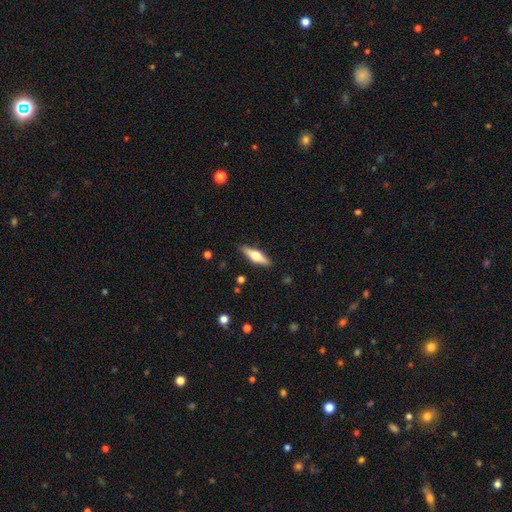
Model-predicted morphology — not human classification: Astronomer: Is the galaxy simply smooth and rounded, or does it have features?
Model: featured or disk — 56% (runner-up: smooth, 38%).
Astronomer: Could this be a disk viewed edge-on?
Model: yes — 94%.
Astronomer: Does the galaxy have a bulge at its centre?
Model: rounded — 95%.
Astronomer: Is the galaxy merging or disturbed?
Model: none — 89%.